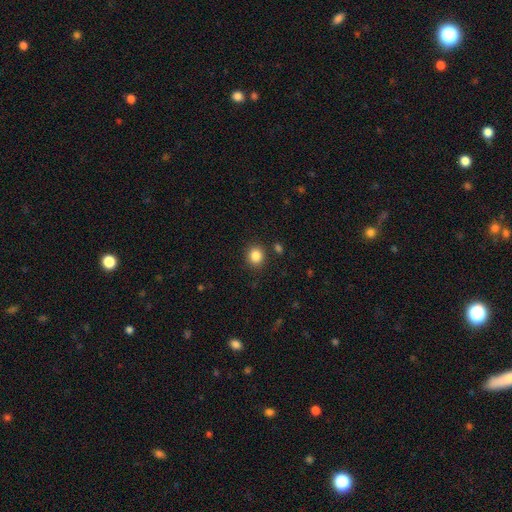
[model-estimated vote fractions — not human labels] A smooth galaxy with no disk features (85%) that is round (82%). Merging: none (88%).